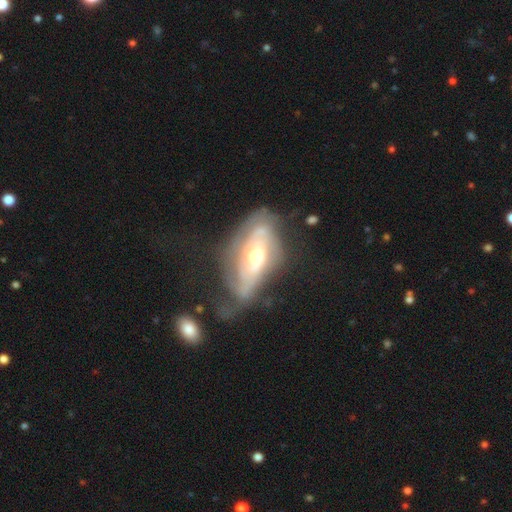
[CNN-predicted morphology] A featured or disk galaxy (77%) with no bar (60%), tight (48%) spiral arms (83%) and a moderate central bulge (65%).

Vote fractions:
- Smooth or featured? featured or disk: 77% / smooth: 17% / star or artifact: 6%
- Edge-on disk? no: 91% / yes: 9%
- Bar? no: 60% / weak: 30% / strong: 11%
- Spiral arms? yes: 83% / no: 17%
- Spiral winding? tight: 48% / medium: 36% / loose: 16%
- Spiral arm count? can't tell: 40% / 2: 37% / 3: 11% / 1: 5% / 4: 4% / more than 4: 3%
- Bulge size? moderate: 65% / small: 22% / large: 10% / none: 1% / dominant: 1%
- Merging? none: 39% / minor disturbance: 27% / major disturbance: 27% / merger: 7%